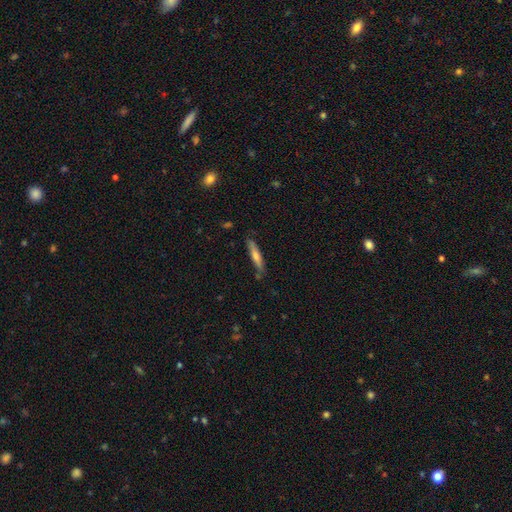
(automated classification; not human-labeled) This appears to be a smooth galaxy with no disk features (49%). Merging: none (83%).